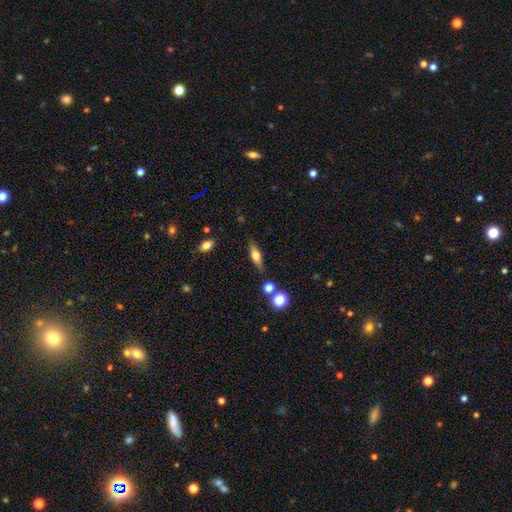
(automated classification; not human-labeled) Smooth or featured: smooth — 49% (featured or disk — 42%)
Merging: none — 79% (minor disturbance — 12%)